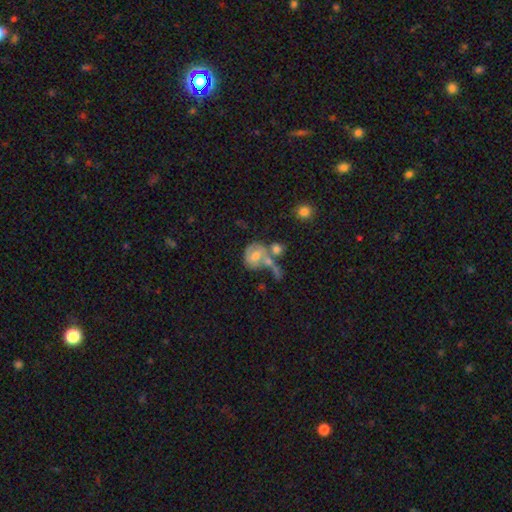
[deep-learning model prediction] Morphology: type=smooth (48%); merging=merger (40%).